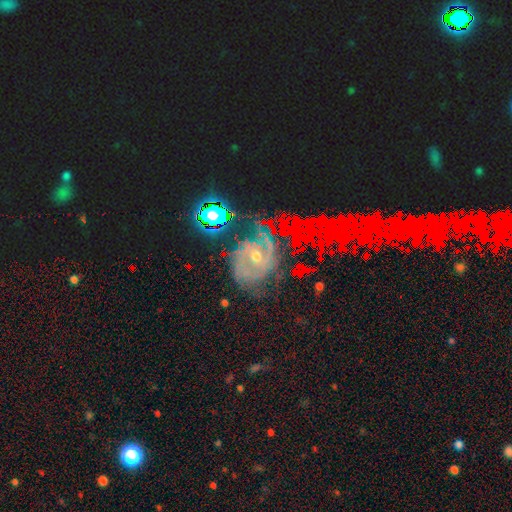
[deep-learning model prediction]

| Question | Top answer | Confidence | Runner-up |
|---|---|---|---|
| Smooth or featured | featured or disk | 75% | star or artifact (14%) |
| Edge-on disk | no | 97% | yes (3%) |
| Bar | no | 49% | weak (36%) |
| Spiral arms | yes | 89% | no (11%) |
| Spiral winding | tight | 45% | medium (39%) |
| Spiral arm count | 2 | 50% | can't tell (23%) |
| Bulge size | moderate | 63% | small (30%) |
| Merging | none | 59% | minor disturbance (21%) |